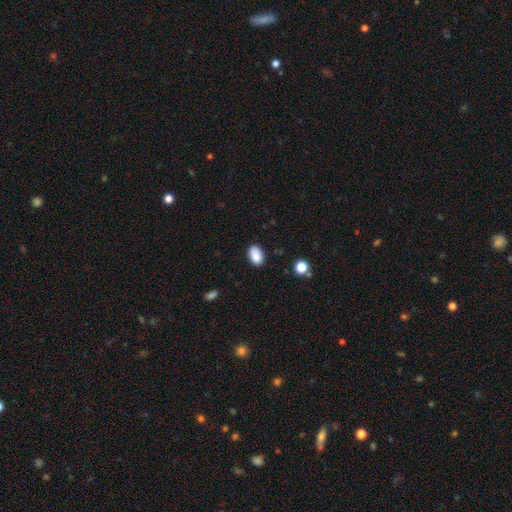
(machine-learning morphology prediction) type=smooth (87%); roundness=in between (89%); merging=none (81%).